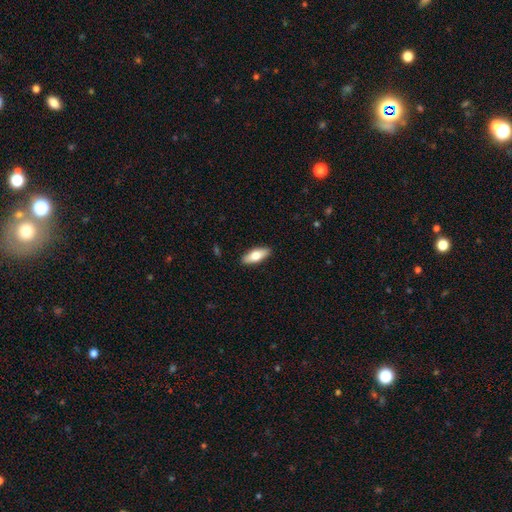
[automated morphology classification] This is likely a smooth galaxy (69%). How rounded: likely in between (71%). Merging: clearly none (89%).